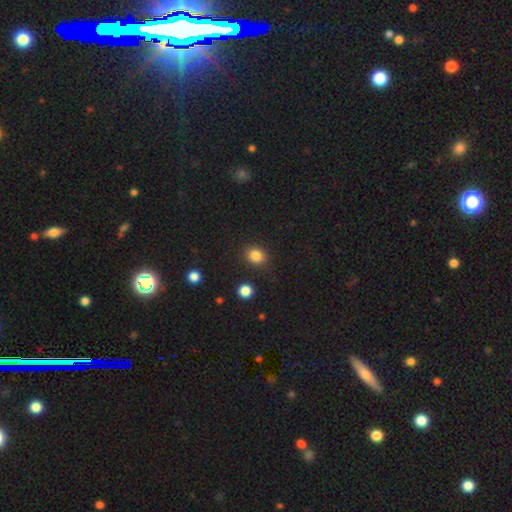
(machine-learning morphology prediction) Q: Smooth or featured?
A: smooth (84%); runner-up: star or artifact (11%)
Q: How rounded?
A: round (67%); runner-up: in between (33%)
Q: Merging?
A: none (85%); runner-up: minor disturbance (9%)